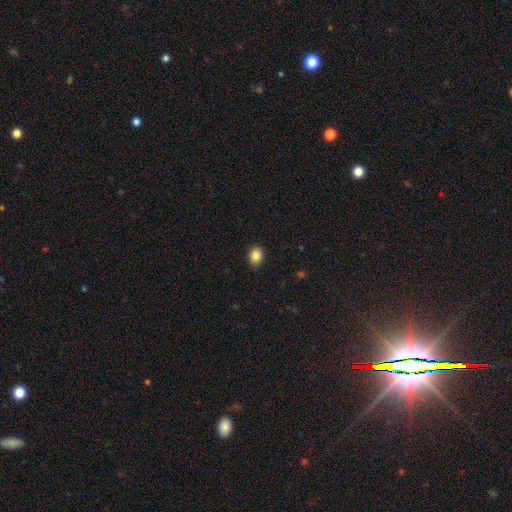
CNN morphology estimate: The model was most divided on "how rounded": in between: 56%, round: 43%, cigar-shaped: 1%. More confident: merging — none (89%); smooth or featured — smooth (86%).